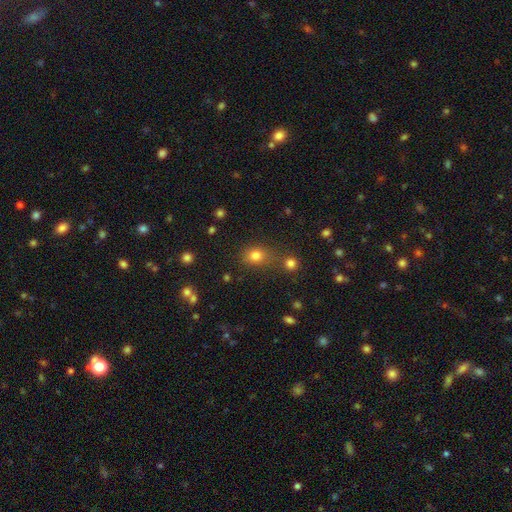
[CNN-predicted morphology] Smooth or featured?
  - smooth: 78% *
  - star or artifact: 15%
  - featured or disk: 7%
How rounded?
  - round: 57% *
  - in between: 42%
  - cigar-shaped: 1%
Merging?
  - none: 66% *
  - merger: 15%
  - minor disturbance: 14%
  - major disturbance: 6%